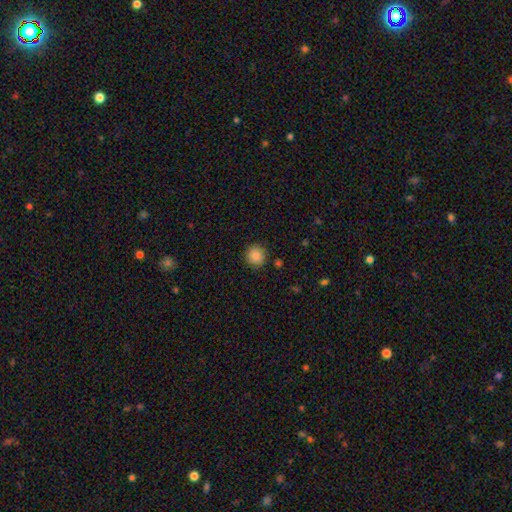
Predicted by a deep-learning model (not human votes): This appears to be a smooth galaxy with no disk features (87%) that is round (92%). Merging: none (89%).